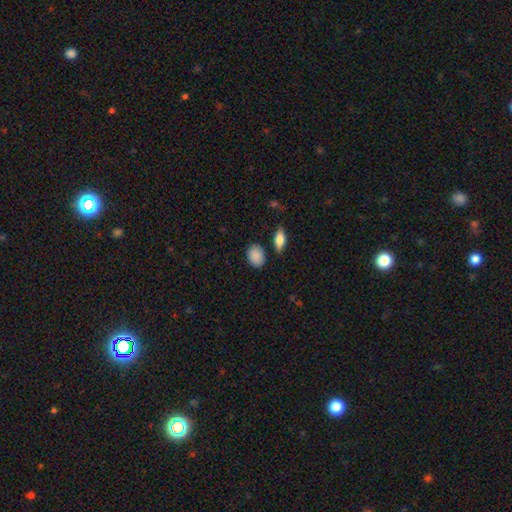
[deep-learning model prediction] A smooth galaxy with no disk features (88%) that is in between round and cigar-shaped (73%).

Vote fractions:
- Smooth or featured? smooth: 88% / star or artifact: 7% / featured or disk: 5%
- How rounded? in between: 73% / round: 25% / cigar-shaped: 2%
- Merging? none: 82% / minor disturbance: 12% / merger: 3% / major disturbance: 3%